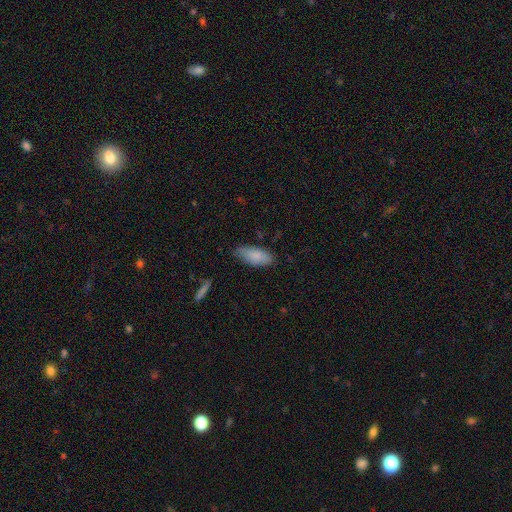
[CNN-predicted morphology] smooth 85%, featured or disk 9%, star or artifact 6%. Down the decision tree: how rounded — in between (83%); merging — none (77%).